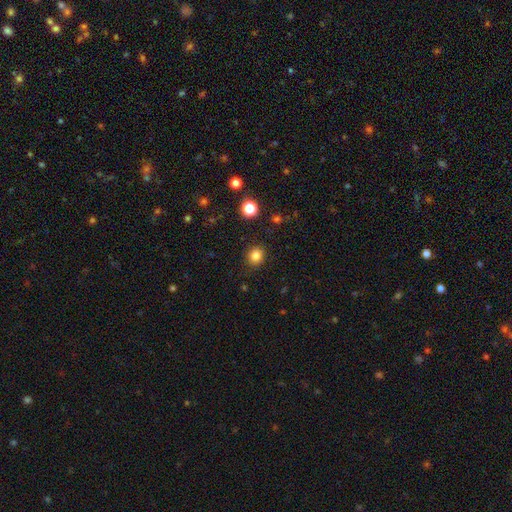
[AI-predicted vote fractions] smooth 83%, star or artifact 13%, featured or disk 5%. Down the decision tree: how rounded — round (85%); merging — none (89%).